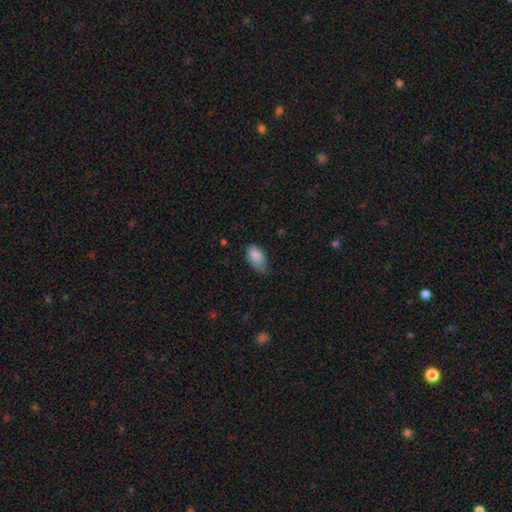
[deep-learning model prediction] Overall: smooth (87%). How rounded: in between (93%). Merging: minor disturbance (45%; none 43%).